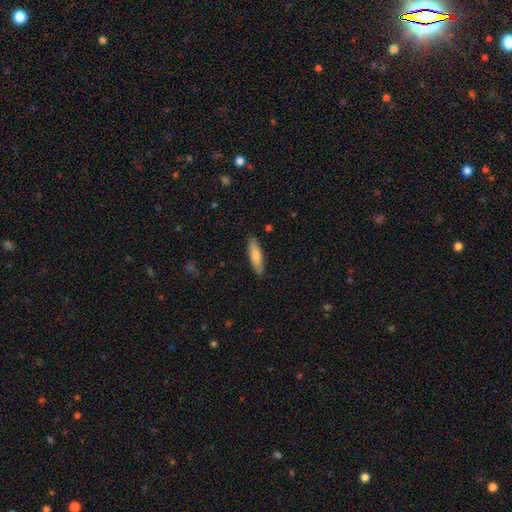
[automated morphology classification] Q: Smooth or featured?
A: smooth (81%); runner-up: featured or disk (14%)
Q: How rounded?
A: cigar-shaped (64%); runner-up: in between (34%)
Q: Merging?
A: none (88%); runner-up: minor disturbance (9%)